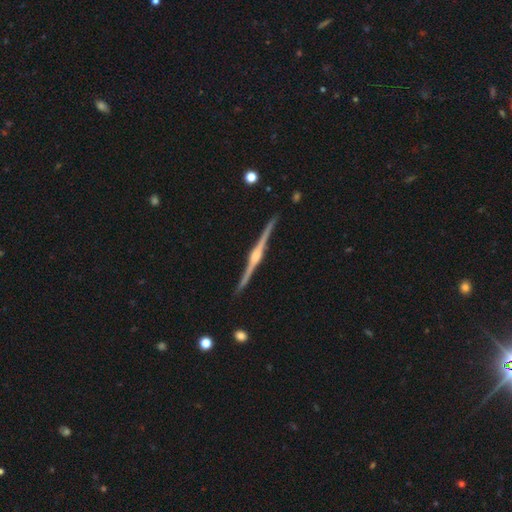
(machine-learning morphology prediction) Smooth or featured? featured or disk (91%)
Edge-on disk? yes (99%)
Edge-on bulge? rounded (87%)
Merging? none (92%)